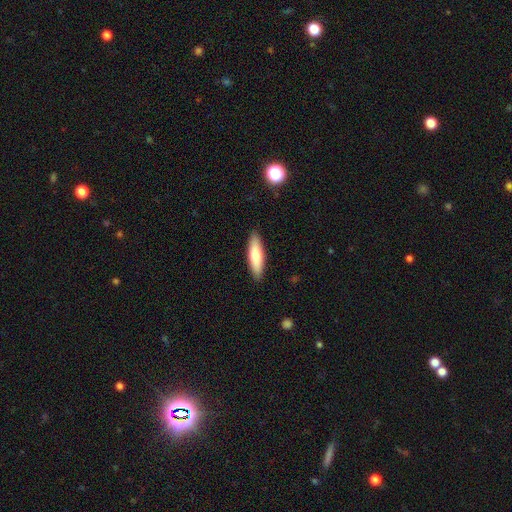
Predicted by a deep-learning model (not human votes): smooth_or_featured: smooth (p=0.75) [alt: featured or disk p=0.20]
how_rounded: cigar-shaped (p=0.62) [alt: in between p=0.36]
merging: none (p=0.89) [alt: minor disturbance p=0.08]